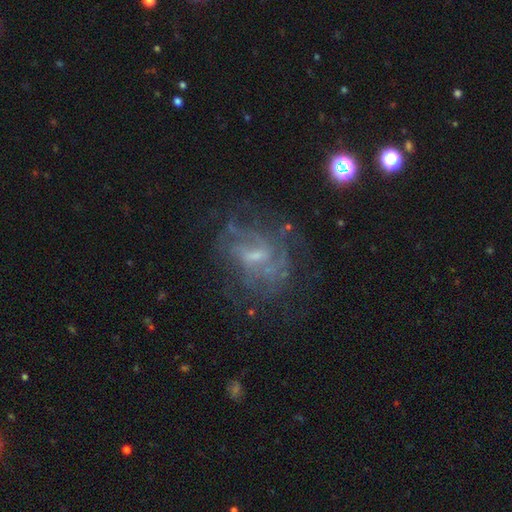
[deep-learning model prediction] Overall: featured or disk (70%). Edge-on disk: no (96%). Bar: weak (50%; no 37%). Spiral arms: yes (63%; no 37%). Bulge size: small (54%; moderate 26%). Merging: none (60%).